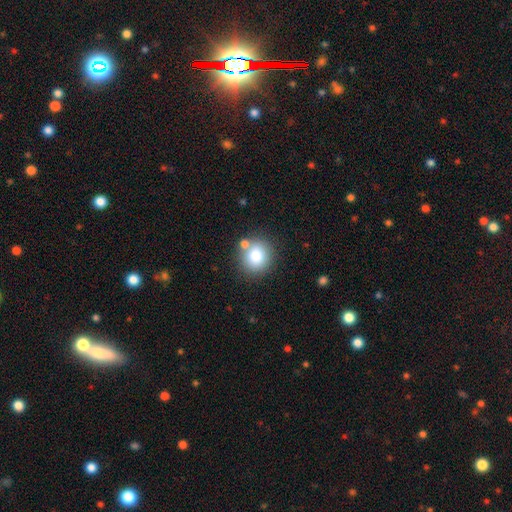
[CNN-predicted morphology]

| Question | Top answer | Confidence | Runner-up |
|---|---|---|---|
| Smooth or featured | smooth | 79% | featured or disk (11%) |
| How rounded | round | 85% | in between (14%) |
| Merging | none | 74% | merger (12%) |